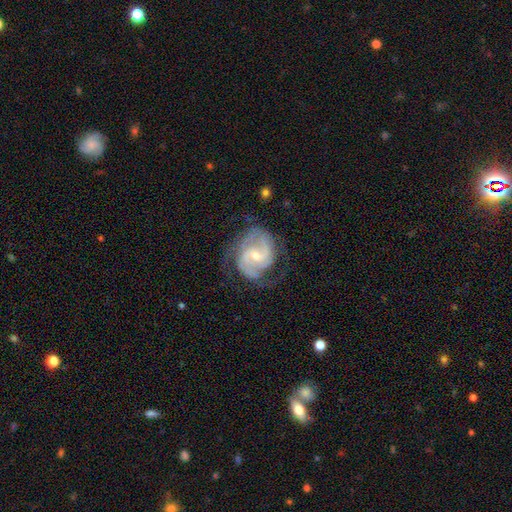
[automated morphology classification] Smooth or featured?
  - featured or disk: 89% *
  - smooth: 7%
  - star or artifact: 5%
Edge-on disk?
  - no: 98% *
  - yes: 2%
Bar?
  - weak: 50% *
  - no: 34%
  - strong: 16%
Spiral arms?
  - yes: 97% *
  - no: 3%
Spiral winding?
  - medium: 49% *
  - tight: 38%
  - loose: 13%
Spiral arm count?
  - 2: 70% *
  - 3: 12%
  - can't tell: 10%
  - 1: 3%
  - 4: 3%
  - more than 4: 2%
Bulge size?
  - small: 60% *
  - moderate: 37%
  - none: 2%
  - large: 1%
  - dominant: 1%
Merging?
  - none: 67% *
  - minor disturbance: 20%
  - major disturbance: 12%
  - merger: 1%